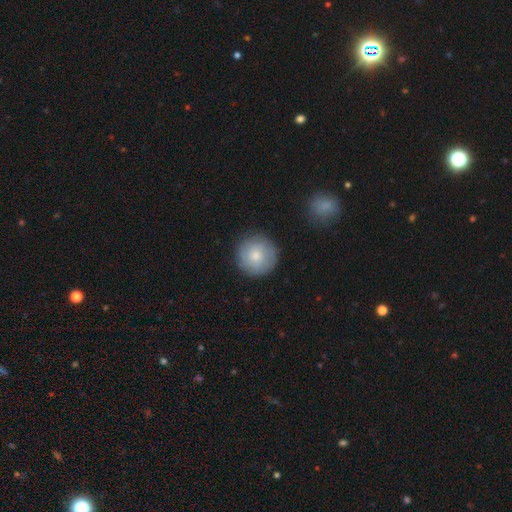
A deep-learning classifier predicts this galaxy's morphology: A smooth galaxy with no disk features (65%) that is round (95%). Merging: none (85%).